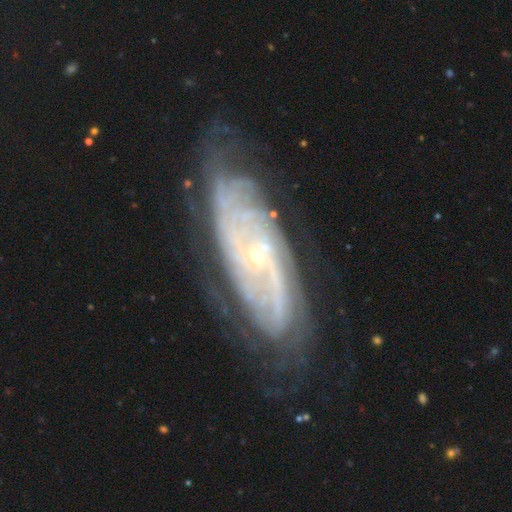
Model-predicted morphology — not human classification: Smooth or featured: featured or disk — 85% (smooth — 8%)
Edge-on disk: no — 88% (yes — 12%)
Bar: no — 69% (weak — 23%)
Spiral arms: yes — 94% (no — 6%)
Spiral winding: tight — 63% (medium — 28%)
Spiral arm count: can't tell — 41% (2 — 24%)
Bulge size: small — 83% (moderate — 14%)
Merging: none — 71% (minor disturbance — 19%)